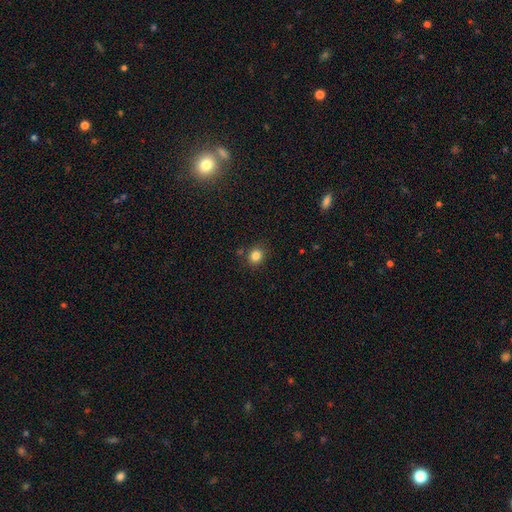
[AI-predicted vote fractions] smooth 84%, star or artifact 12%, featured or disk 5%. Down the decision tree: how rounded — round (79%); merging — none (84%).